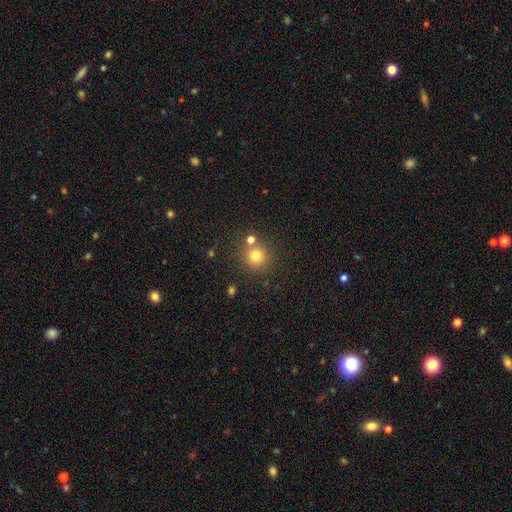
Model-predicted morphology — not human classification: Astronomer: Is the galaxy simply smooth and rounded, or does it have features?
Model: smooth — 77%.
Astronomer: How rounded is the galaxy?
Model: round — 92%.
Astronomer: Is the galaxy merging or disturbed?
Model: none — 72%.